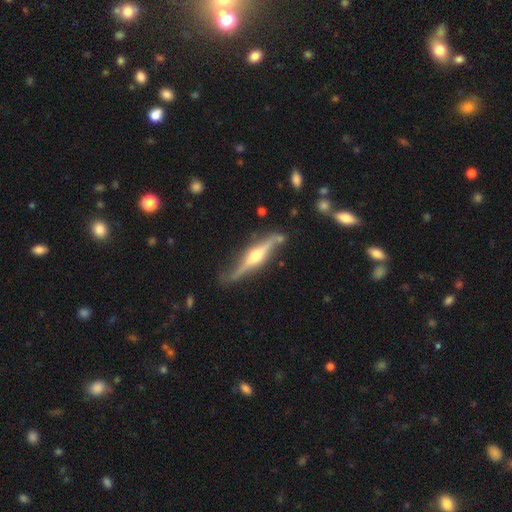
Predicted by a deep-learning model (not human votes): This appears to be a featured or disk galaxy (81%) viewed edge-on (95%) with a rounded central bulge (94%). Merging: none (72%).